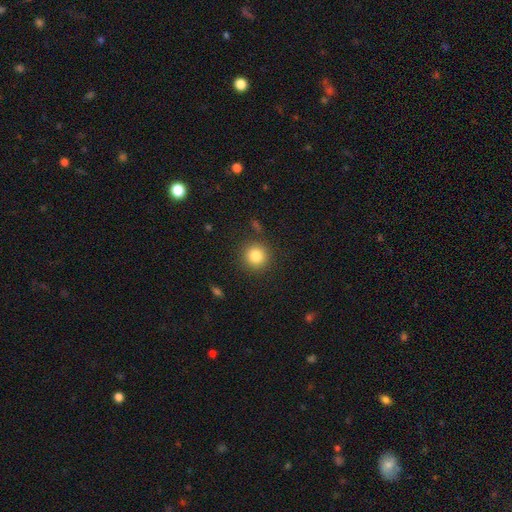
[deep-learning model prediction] Smooth or featured? Predicted: smooth (p=0.84). How rounded? Predicted: round (p=0.93). Merging? Predicted: none (p=0.87).